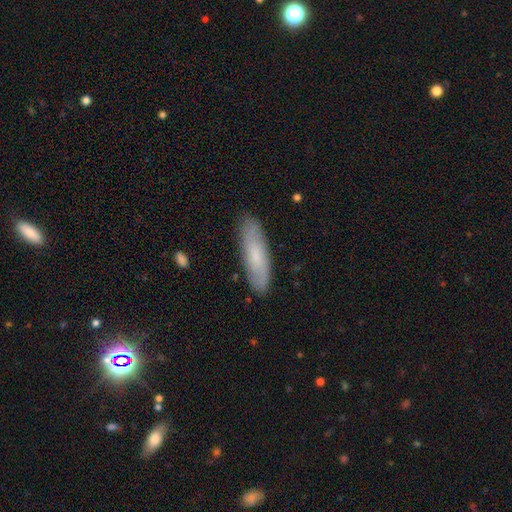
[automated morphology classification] Overall: smooth (61%; featured or disk 32%). How rounded: cigar-shaped (59%; in between 39%). Merging: none (86%).